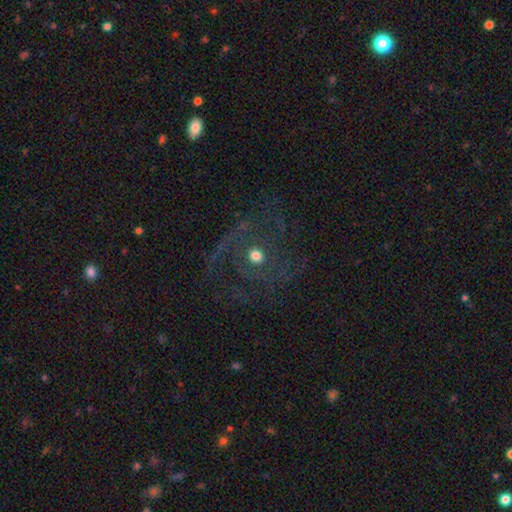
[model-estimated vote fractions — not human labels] A featured or disk galaxy (54%) with no bar (86%), spiral arms (53%) and a moderate central bulge (65%).

Vote fractions:
- Smooth or featured? featured or disk: 54% / smooth: 32% / star or artifact: 15%
- Edge-on disk? no: 95% / yes: 5%
- Bar? no: 86% / weak: 11% / strong: 4%
- Spiral arms? yes: 53% / no: 47%
- Bulge size? moderate: 65% / small: 20% / large: 11% / dominant: 2% / none: 2%
- Merging? none: 69% / major disturbance: 15% / minor disturbance: 14% / merger: 2%